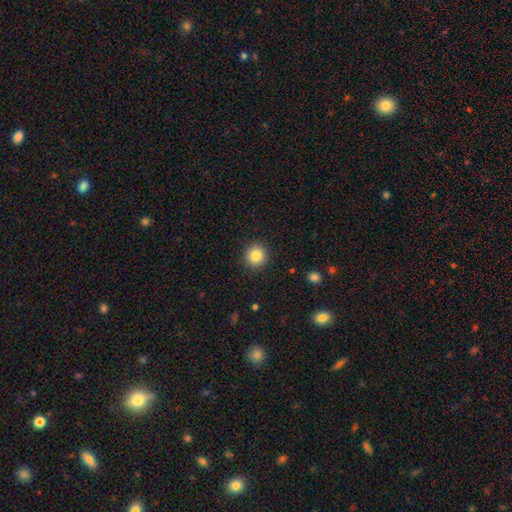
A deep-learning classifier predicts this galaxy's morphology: Q: Smooth or featured?
A: smooth (85%); runner-up: star or artifact (10%)
Q: How rounded?
A: round (94%); runner-up: in between (5%)
Q: Merging?
A: none (91%); runner-up: minor disturbance (6%)